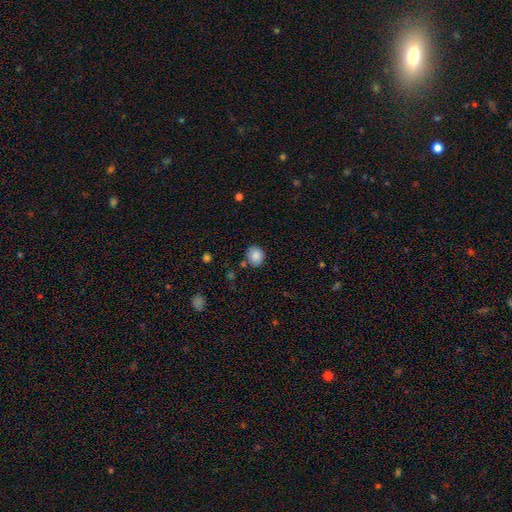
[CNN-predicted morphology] Smooth or featured? Predicted: smooth (p=0.86). How rounded? Predicted: round (p=0.72). Merging? Predicted: none (p=0.79).